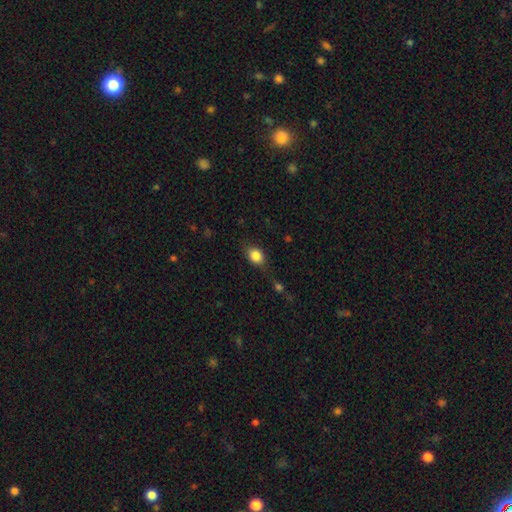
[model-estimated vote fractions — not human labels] Smooth or featured?
  - smooth: 84% *
  - star or artifact: 9%
  - featured or disk: 7%
How rounded?
  - in between: 59% *
  - round: 39%
  - cigar-shaped: 2%
Merging?
  - none: 66% *
  - minor disturbance: 19%
  - major disturbance: 8%
  - merger: 7%